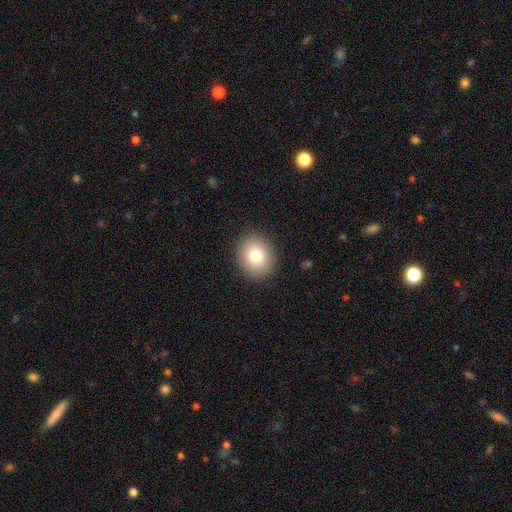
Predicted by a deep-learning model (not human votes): Smooth or featured? Predicted: smooth (p=0.79). How rounded? Predicted: round (p=0.69). Merging? Predicted: none (p=0.90).